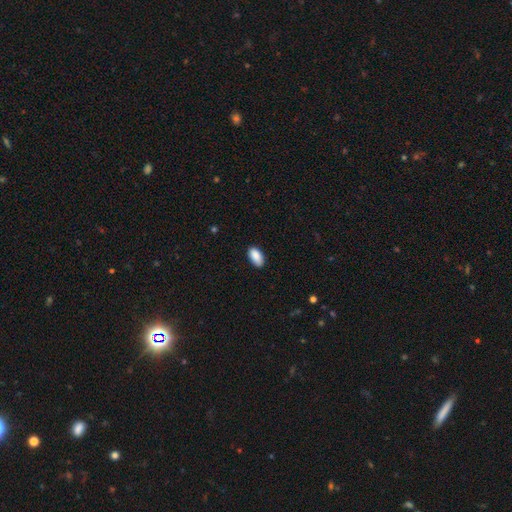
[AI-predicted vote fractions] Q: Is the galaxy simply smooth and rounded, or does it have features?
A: smooth — 89%.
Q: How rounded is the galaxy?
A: in between — 94%.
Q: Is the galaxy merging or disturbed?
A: none — 86%.